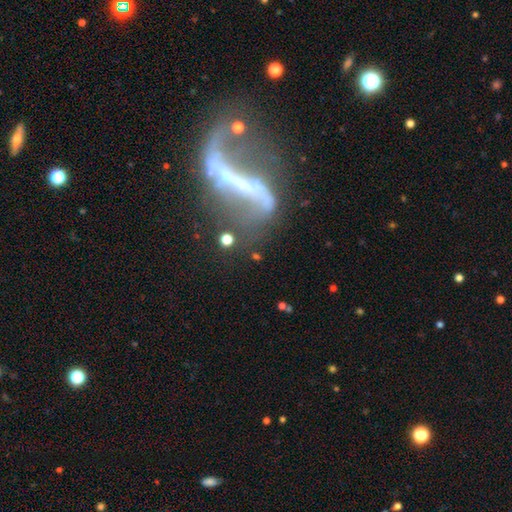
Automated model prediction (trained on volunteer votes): A featured or disk galaxy (57%). Merging: none (39%).